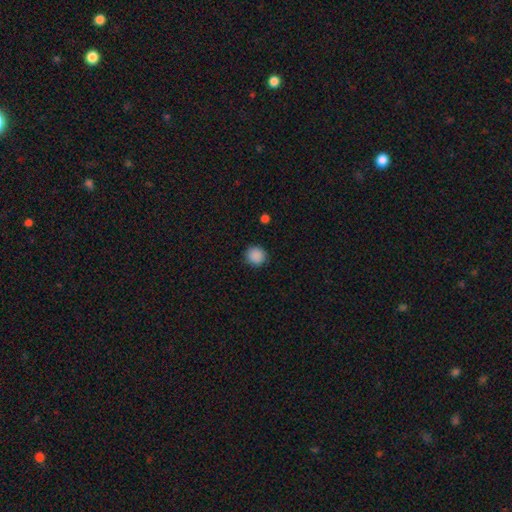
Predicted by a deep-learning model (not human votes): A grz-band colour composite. It shows a smooth galaxy with no disk features (89%) that is round (89%). Merging: none (90%).